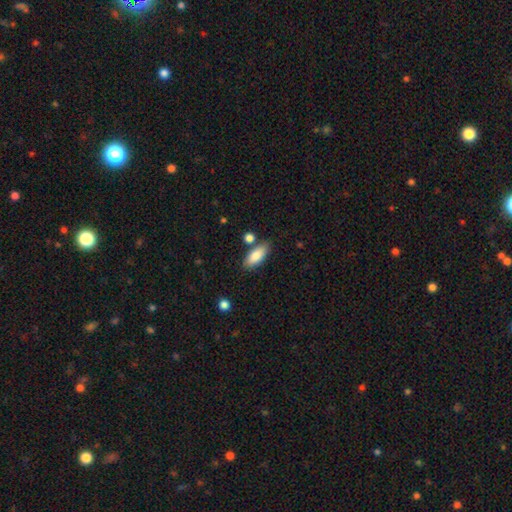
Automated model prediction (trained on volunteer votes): Overall: smooth (84%). How rounded: in between (82%). Merging: none (78%).